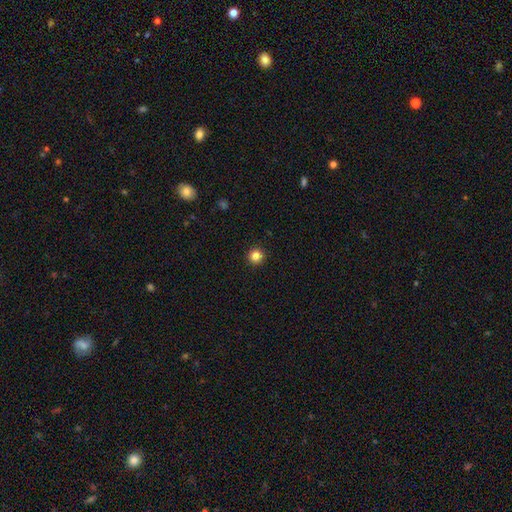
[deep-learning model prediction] Smooth or featured: smooth — 83% (star or artifact — 12%)
How rounded: round — 96% (in between — 3%)
Merging: none — 93% (minor disturbance — 4%)